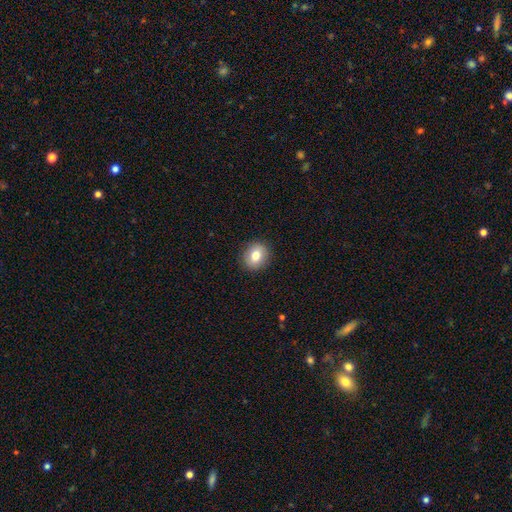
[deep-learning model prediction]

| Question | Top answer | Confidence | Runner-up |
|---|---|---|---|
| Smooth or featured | smooth | 79% | featured or disk (12%) |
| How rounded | round | 71% | in between (28%) |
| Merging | none | 91% | minor disturbance (6%) |